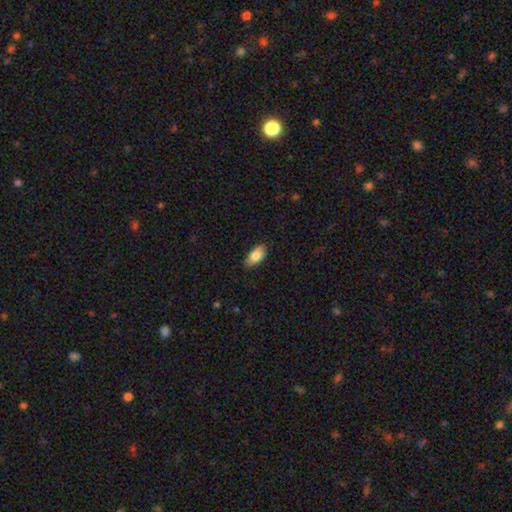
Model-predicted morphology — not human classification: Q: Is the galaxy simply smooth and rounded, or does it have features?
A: smooth — 81%.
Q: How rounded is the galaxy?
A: in between — 91%.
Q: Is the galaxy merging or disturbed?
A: none — 83%.